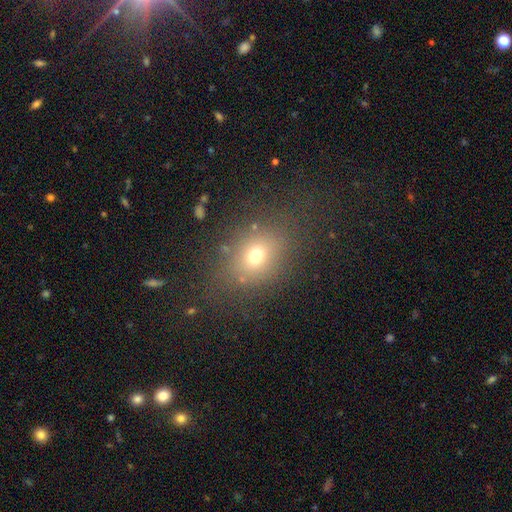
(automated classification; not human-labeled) The model was most divided on "how rounded": in between: 51%, round: 48%, cigar-shaped: 1%. More confident: merging — none (76%); smooth or featured — smooth (69%).